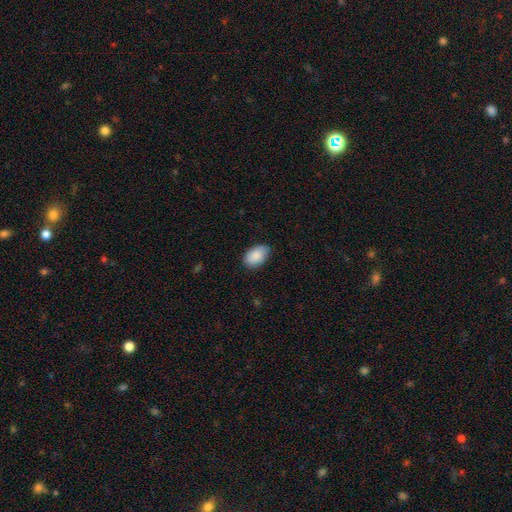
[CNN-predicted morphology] This is clearly a smooth galaxy (88%). How rounded: clearly in between (92%). Merging: likely none (80%).